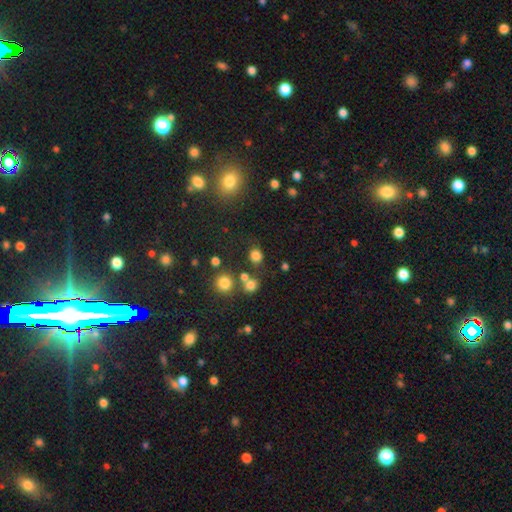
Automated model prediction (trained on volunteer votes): Overall: smooth (77%). How rounded: round (73%). Merging: none (71%).